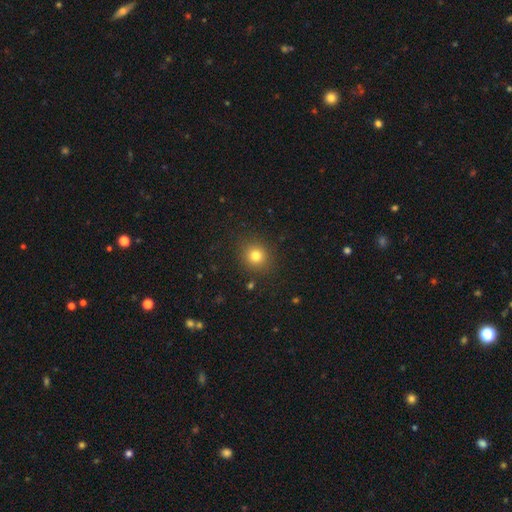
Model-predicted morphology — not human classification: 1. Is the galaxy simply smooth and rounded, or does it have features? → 79% smooth, 14% star or artifact, 7% featured or disk.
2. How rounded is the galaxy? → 84% round, 15% in between, 1% cigar-shaped.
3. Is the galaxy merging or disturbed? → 89% none, 7% minor disturbance, 3% major disturbance, 1% merger.